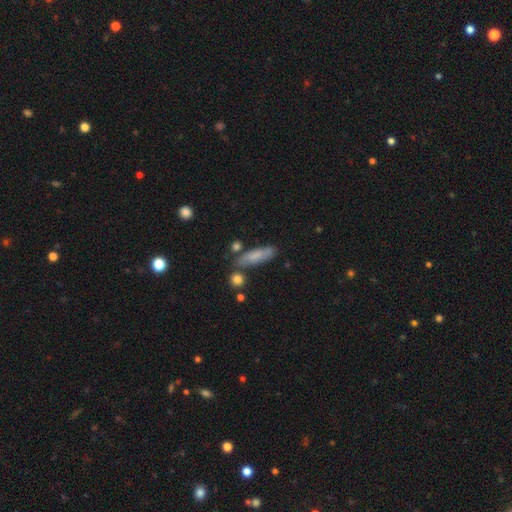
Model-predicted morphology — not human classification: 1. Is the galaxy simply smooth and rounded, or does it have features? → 69% smooth, 23% featured or disk, 9% star or artifact.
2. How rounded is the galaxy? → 59% cigar-shaped, 37% in between, 3% round.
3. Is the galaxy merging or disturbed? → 68% none, 18% minor disturbance, 8% merger, 5% major disturbance.